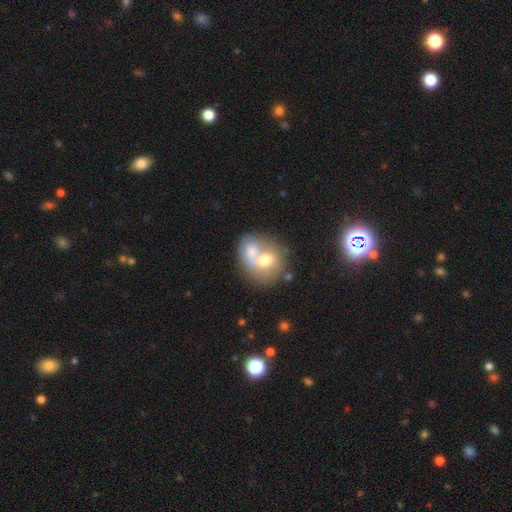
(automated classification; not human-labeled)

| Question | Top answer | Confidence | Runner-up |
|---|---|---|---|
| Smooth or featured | smooth | 58% | featured or disk (31%) |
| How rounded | round | 65% | in between (34%) |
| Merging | merger | 70% | none (20%) |